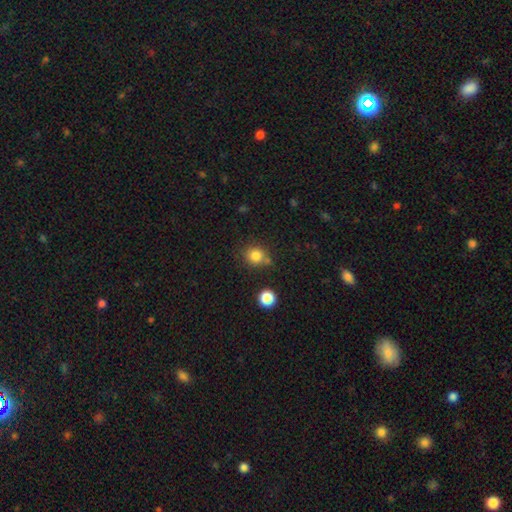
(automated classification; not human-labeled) A smooth galaxy with no disk features (83%) that is round (84%).

Vote fractions:
- Smooth or featured? smooth: 83% / star or artifact: 12% / featured or disk: 6%
- How rounded? round: 84% / in between: 15% / cigar-shaped: 1%
- Merging? none: 71% / minor disturbance: 13% / merger: 12% / major disturbance: 4%